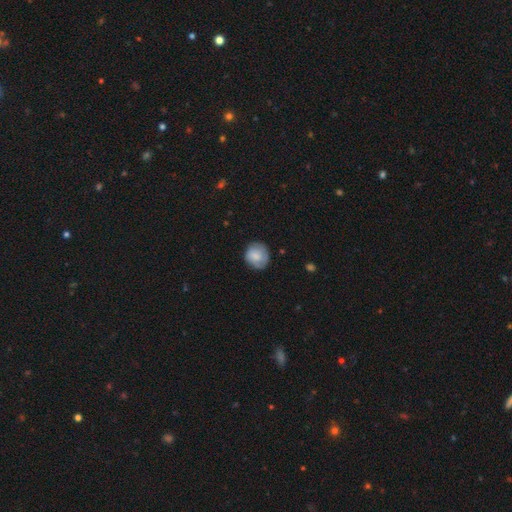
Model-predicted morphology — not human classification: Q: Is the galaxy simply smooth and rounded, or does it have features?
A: smooth — 77%.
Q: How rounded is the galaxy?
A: round — 84%.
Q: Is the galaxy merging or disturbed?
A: none — 76%.